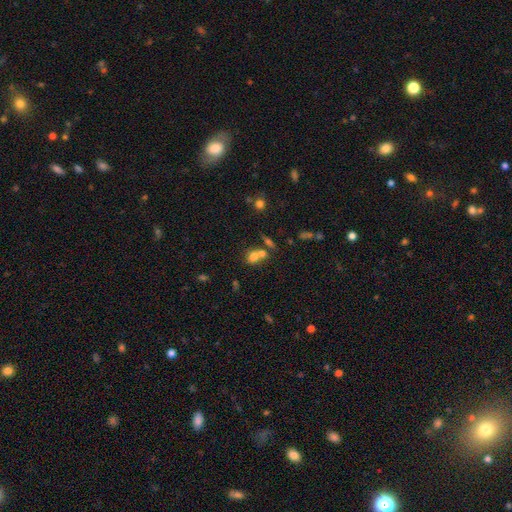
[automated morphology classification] Smooth or featured: smooth — 71% (featured or disk — 15%)
How rounded: round — 56% (in between — 42%)
Merging: merger — 54% (none — 34%)